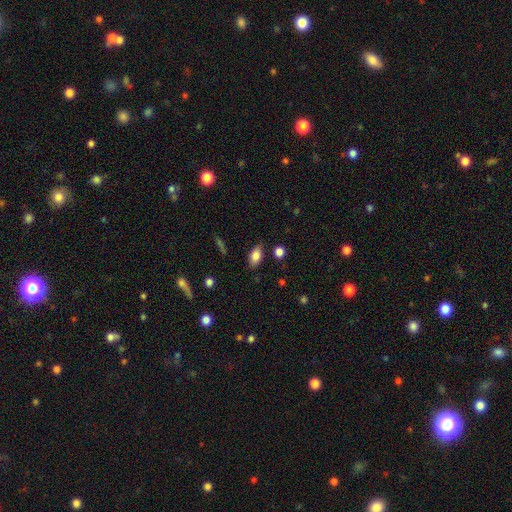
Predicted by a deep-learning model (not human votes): A smooth galaxy with no disk features (81%) that is in between round and cigar-shaped (89%). Merging: none (80%).